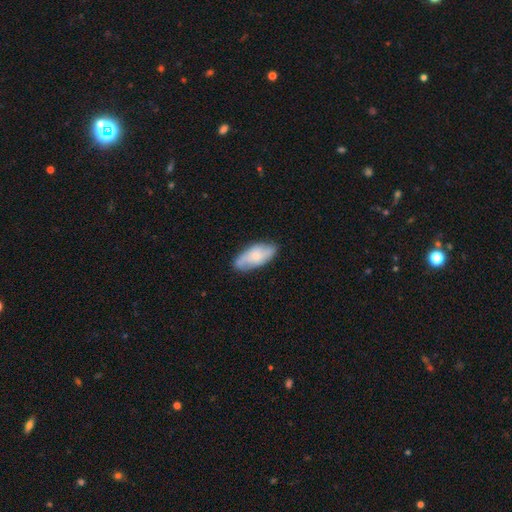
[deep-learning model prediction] This is possibly a smooth galaxy (54%). How rounded: clearly in between (88%). Merging: likely none (75%).